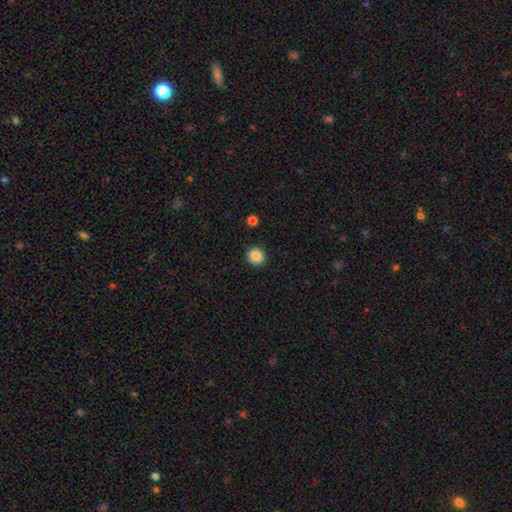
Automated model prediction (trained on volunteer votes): smooth 86%, star or artifact 9%, featured or disk 4%. Down the decision tree: how rounded — round (92%); merging — none (92%).